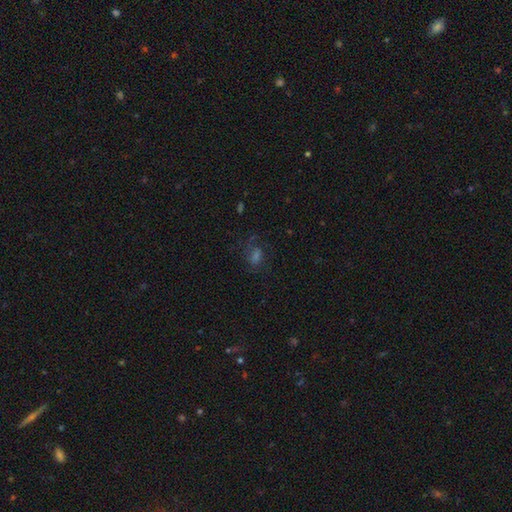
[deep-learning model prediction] Q: Smooth or featured?
A: smooth (36%); runner-up: star or artifact (33%)
Q: Merging?
A: none (63%); runner-up: minor disturbance (18%)